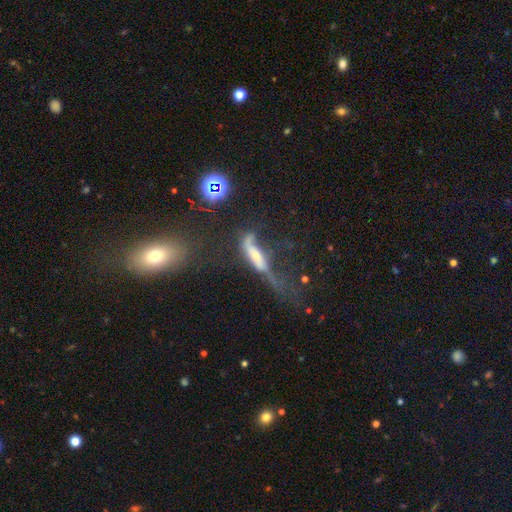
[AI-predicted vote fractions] Smooth or featured: featured or disk — 53% (smooth — 37%)
Edge-on disk: no — 52% (yes — 48%)
Merging: major disturbance — 53% (none — 19%)